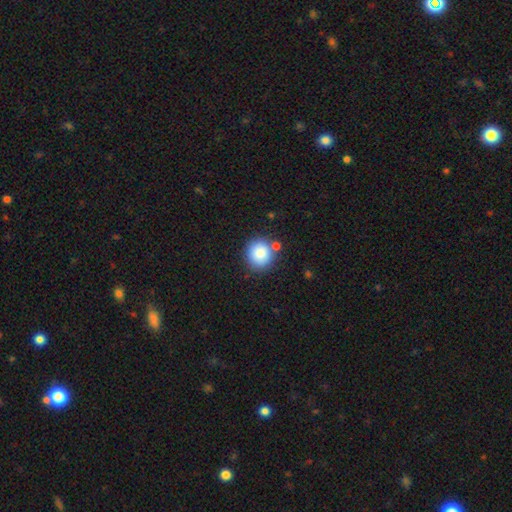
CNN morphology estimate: smooth 85%, star or artifact 9%, featured or disk 6%. Down the decision tree: how rounded — round (89%); merging — none (77%).